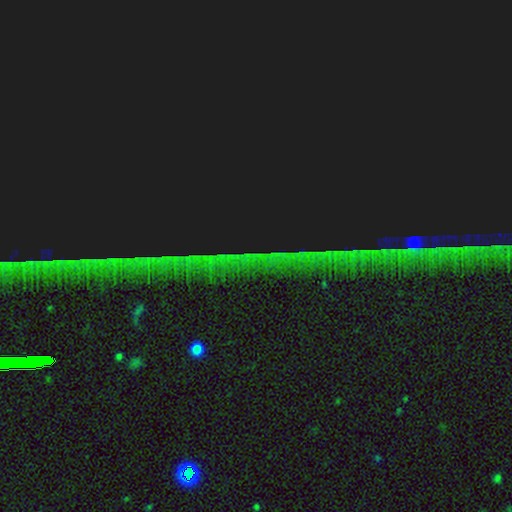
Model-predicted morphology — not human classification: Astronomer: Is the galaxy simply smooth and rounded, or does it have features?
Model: star or artifact — 84%.